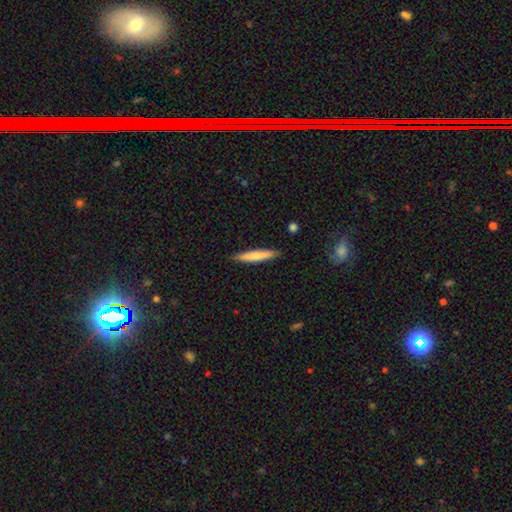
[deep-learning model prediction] smooth_or_featured: smooth (p=0.69) [alt: featured or disk p=0.25]
how_rounded: cigar-shaped (p=0.93) [alt: in between p=0.06]
merging: none (p=0.89) [alt: minor disturbance p=0.08]